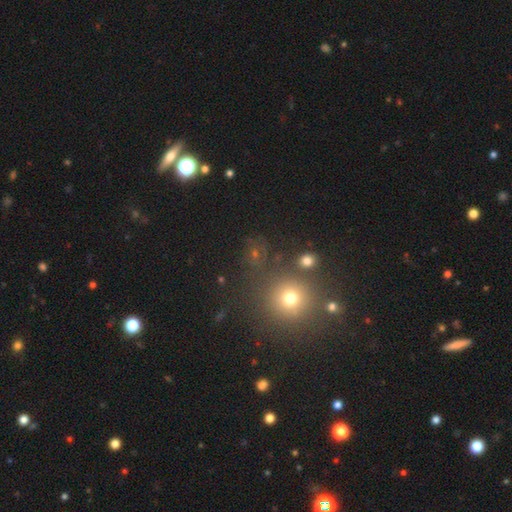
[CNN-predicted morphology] Smooth or featured?
  - star or artifact: 48% *
  - smooth: 42%
  - featured or disk: 10%